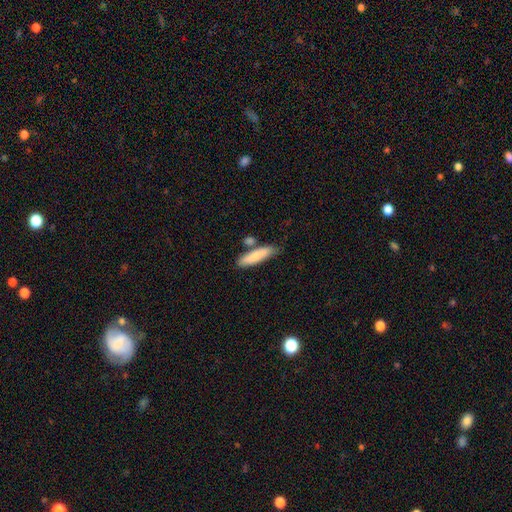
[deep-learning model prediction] Smooth or featured? Predicted: smooth (p=0.79). How rounded? Predicted: cigar-shaped (p=0.66). Merging? Predicted: none (p=0.66).